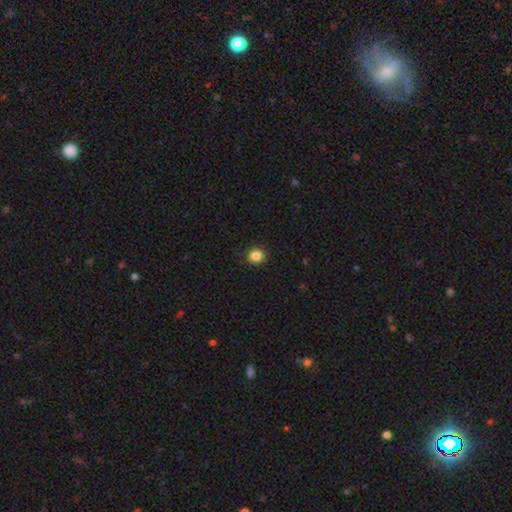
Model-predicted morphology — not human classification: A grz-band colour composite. It shows a smooth galaxy with no disk features (86%) that is round (87%). Merging: none (90%).